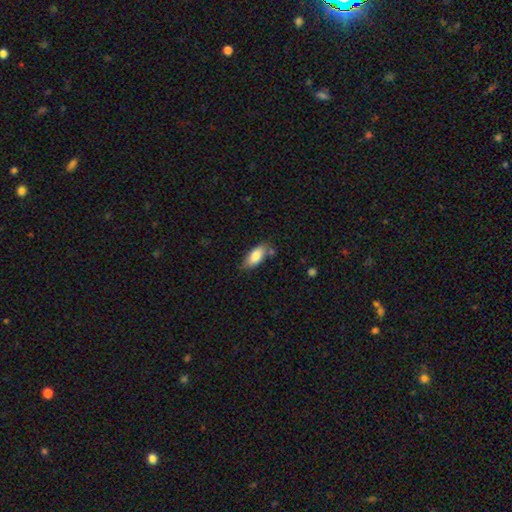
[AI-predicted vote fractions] smooth-or-featured: smooth: 83% | featured or disk: 10% | star or artifact: 7%
  how-rounded: in between: 86% | cigar-shaped: 12% | round: 2%
  merging: none: 68% | minor disturbance: 22% | merger: 6% | major disturbance: 4%